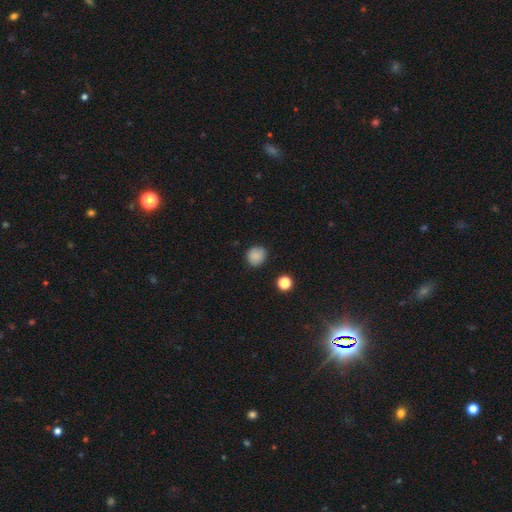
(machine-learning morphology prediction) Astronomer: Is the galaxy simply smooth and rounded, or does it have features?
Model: smooth — 85%.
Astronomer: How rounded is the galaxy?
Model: round — 86%.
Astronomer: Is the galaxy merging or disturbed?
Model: none — 82%.